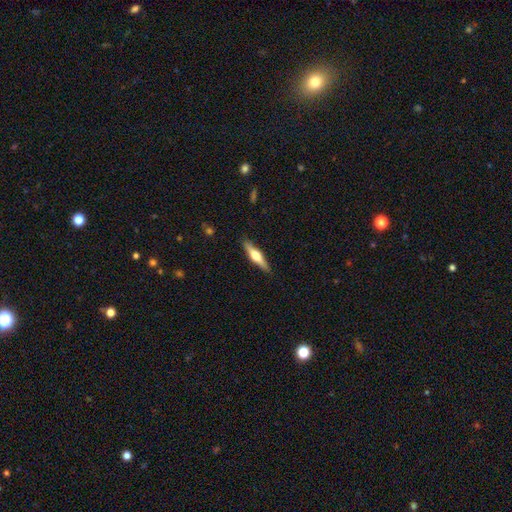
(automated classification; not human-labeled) Smooth or featured?
  - featured or disk: 57% *
  - smooth: 37%
  - star or artifact: 5%
Edge-on disk?
  - yes: 96% *
  - no: 4%
Edge-on bulge?
  - rounded: 92% *
  - boxy: 5%
  - none: 3%
Merging?
  - none: 88% *
  - minor disturbance: 9%
  - major disturbance: 2%
  - merger: 1%